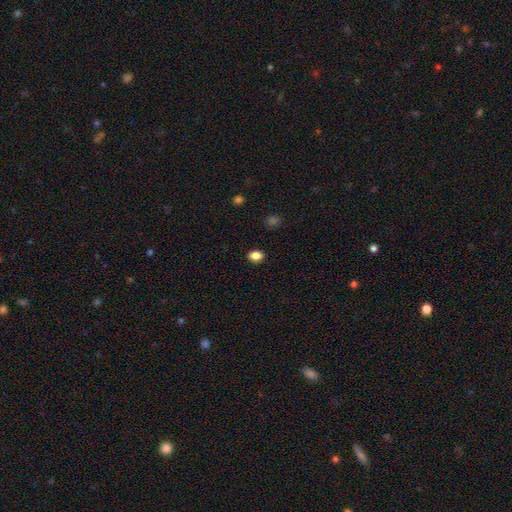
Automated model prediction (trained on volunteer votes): A smooth galaxy with no disk features (86%) that is in between round and cigar-shaped (63%). Merging: none (90%).